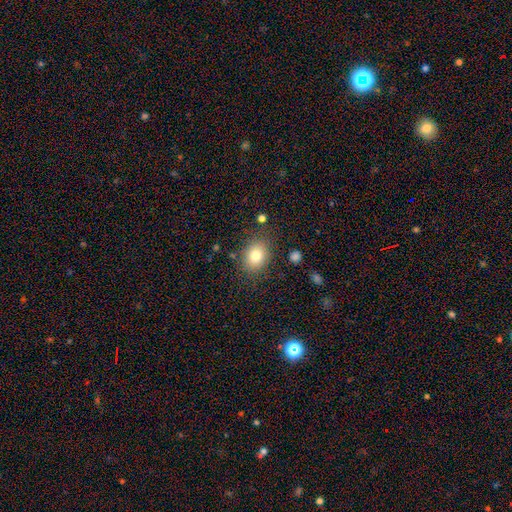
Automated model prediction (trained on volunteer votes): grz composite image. It shows a smooth galaxy with no disk features (79%) that is in between round and cigar-shaped (58%). Merging: none (81%).